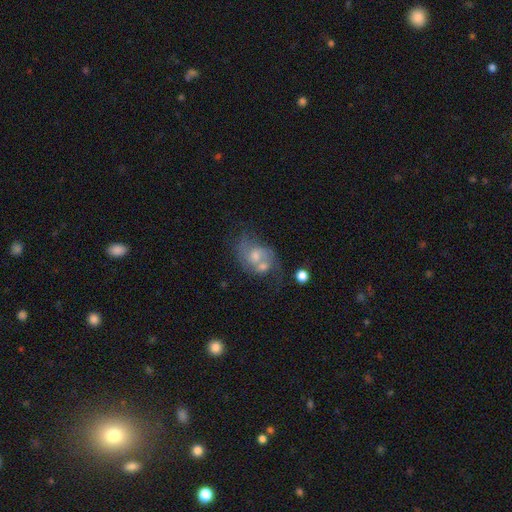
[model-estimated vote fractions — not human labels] smooth_or_featured: featured or disk (p=0.58) [alt: smooth p=0.31]
disk_edge_on: no (p=0.97) [alt: yes p=0.03]
bar: no (p=0.71) [alt: weak p=0.25]
has_spiral_arms: yes (p=0.68) [alt: no p=0.32]
bulge_size: moderate (p=0.55) [alt: small p=0.32]
merging: merger (p=0.44) [alt: none p=0.28]